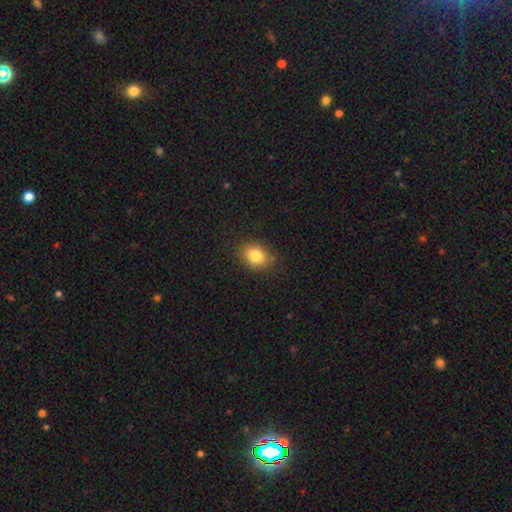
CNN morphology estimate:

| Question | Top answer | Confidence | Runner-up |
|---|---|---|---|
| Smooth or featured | smooth | 82% | star or artifact (10%) |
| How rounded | in between | 60% | round (39%) |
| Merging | none | 83% | minor disturbance (13%) |